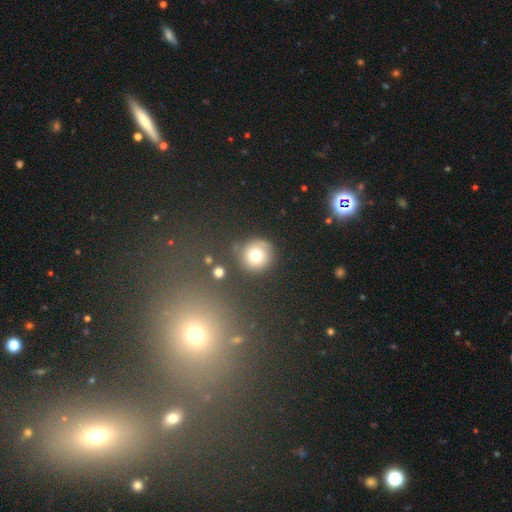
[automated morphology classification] Smooth or featured: smooth — 74% (star or artifact — 14%)
How rounded: round — 93% (in between — 6%)
Merging: none — 80% (minor disturbance — 11%)